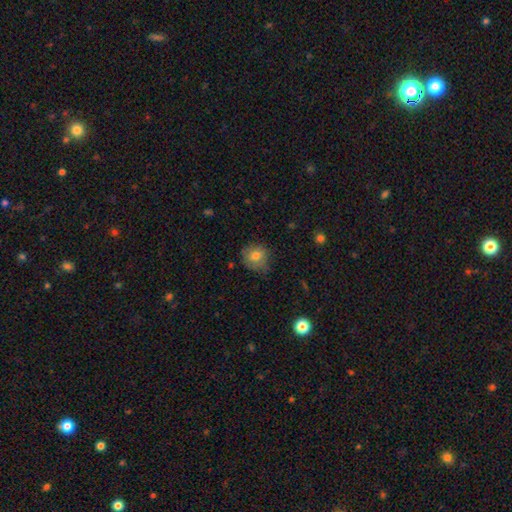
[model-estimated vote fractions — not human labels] A smooth galaxy with no disk features (75%) that is round (86%). Merging: none (70%).